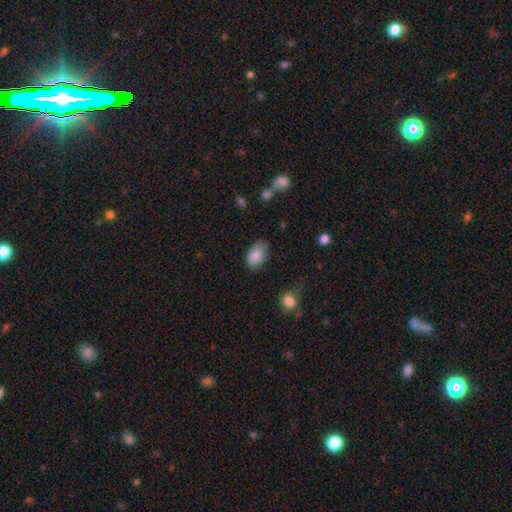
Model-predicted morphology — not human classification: A smooth galaxy with no disk features (86%) that is in between round and cigar-shaped (92%). Merging: none (75%).